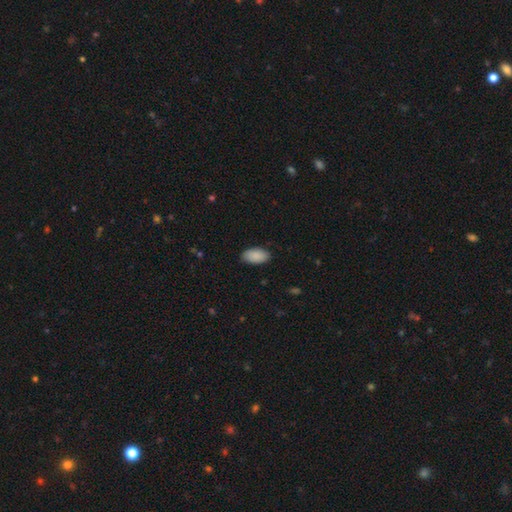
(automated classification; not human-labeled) smooth 90%, star or artifact 6%, featured or disk 4%. Down the decision tree: how rounded — in between (95%); merging — none (87%).